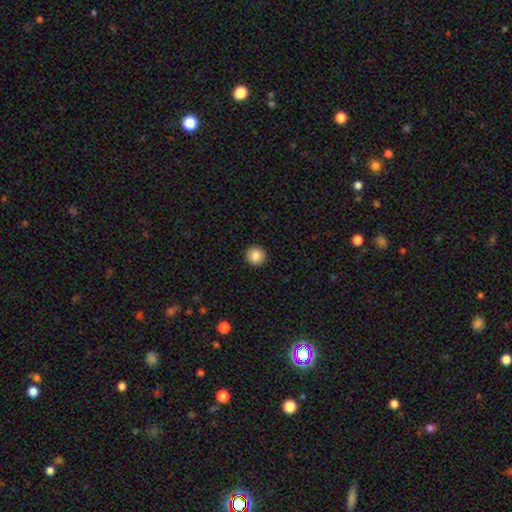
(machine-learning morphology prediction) A smooth galaxy with no disk features (87%) that is round (95%). Merging: none (93%).